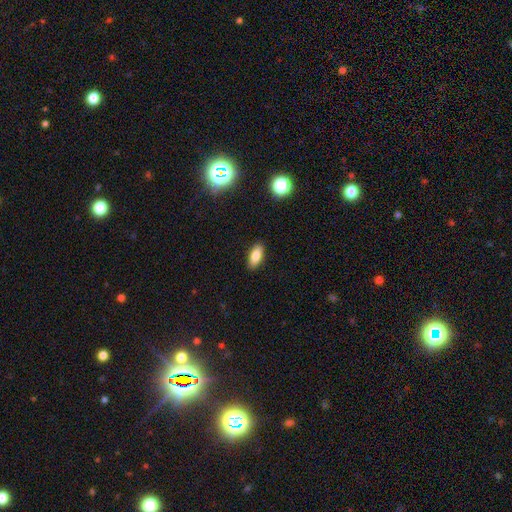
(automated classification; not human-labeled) A smooth galaxy with no disk features (81%) that is in between round and cigar-shaped (82%). Merging: none (89%).